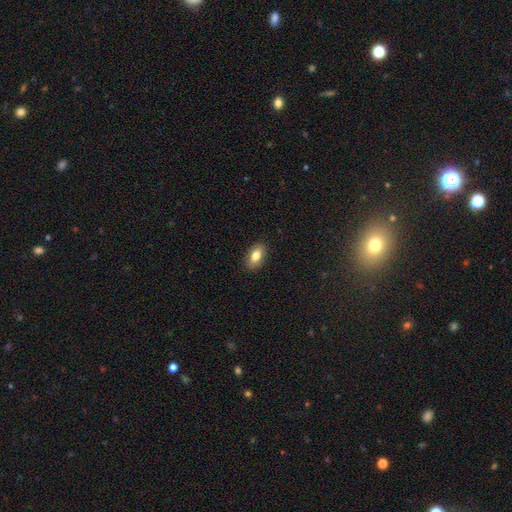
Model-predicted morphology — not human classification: Overall: smooth (82%). How rounded: in between (90%). Merging: none (90%).